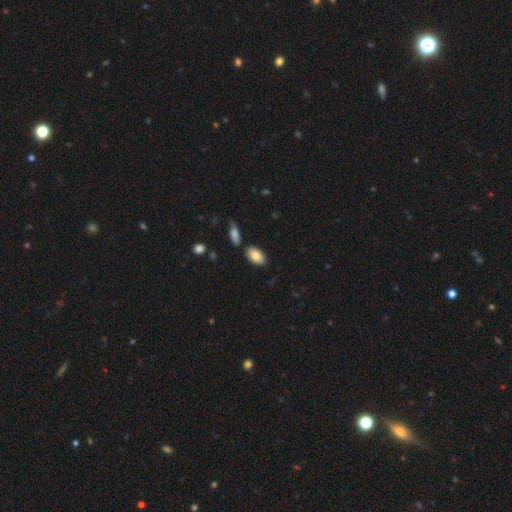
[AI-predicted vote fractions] Smooth or featured?
  - smooth: 85% *
  - featured or disk: 9%
  - star or artifact: 6%
How rounded?
  - in between: 94% *
  - round: 4%
  - cigar-shaped: 3%
Merging?
  - none: 82% *
  - minor disturbance: 10%
  - merger: 6%
  - major disturbance: 2%